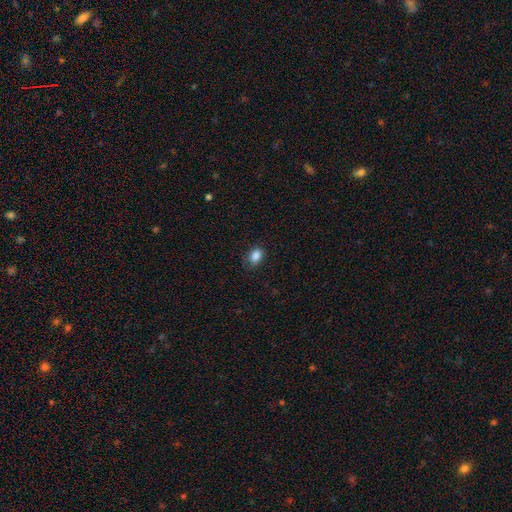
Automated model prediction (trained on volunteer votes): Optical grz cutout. It shows a smooth galaxy with no disk features (86%) that is in between round and cigar-shaped (75%). Merging: none (76%).